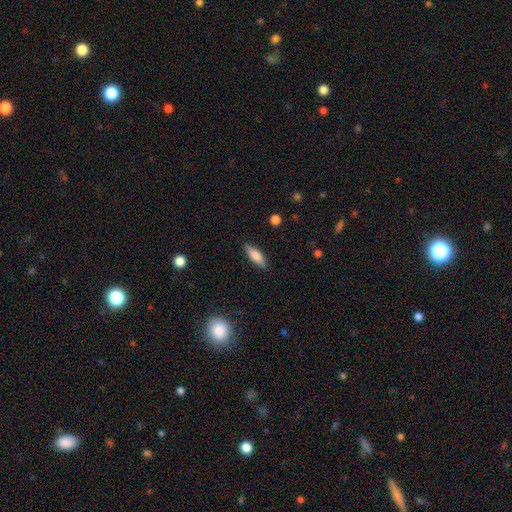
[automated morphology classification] smooth_or_featured: smooth (p=0.76) [alt: featured or disk p=0.17]
how_rounded: in between (p=0.52) [alt: cigar-shaped p=0.45]
merging: none (p=0.87) [alt: minor disturbance p=0.10]